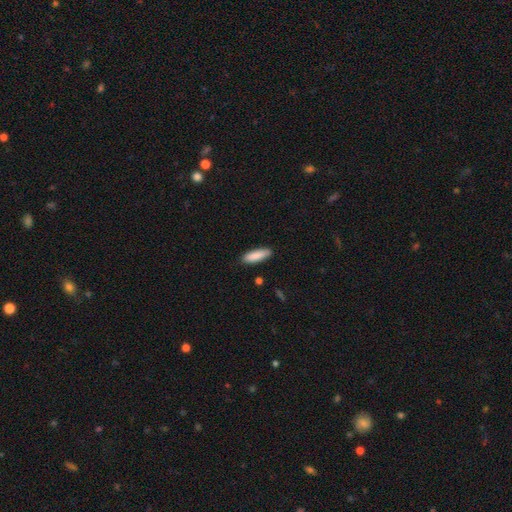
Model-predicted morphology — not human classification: Smooth or featured? Predicted: smooth (p=0.87). How rounded? Predicted: cigar-shaped (p=0.55). Merging? Predicted: none (p=0.86).